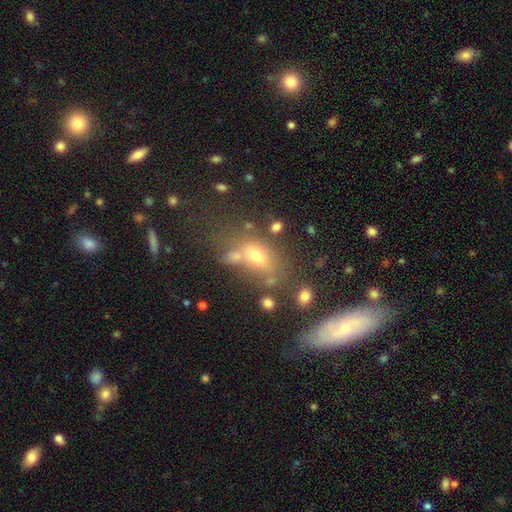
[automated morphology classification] This appears to be a smooth galaxy with no disk features (55%) that is in between round and cigar-shaped (68%). Merging: none (49%).